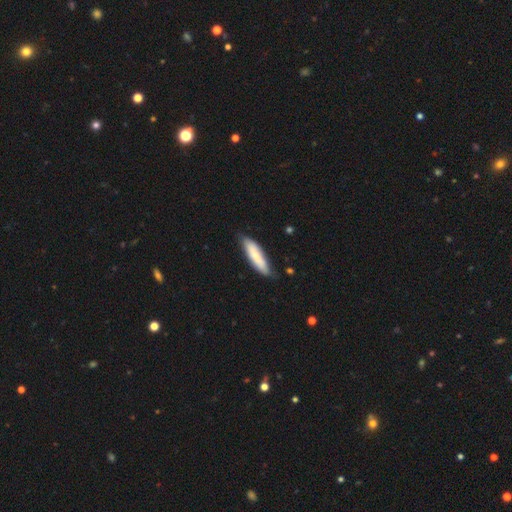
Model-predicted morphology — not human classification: This is likely a smooth galaxy (74%). How rounded: likely cigar-shaped (67%). Merging: likely none (74%).